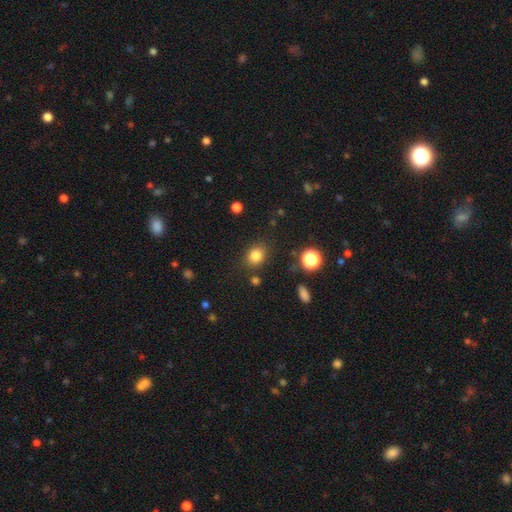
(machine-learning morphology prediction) A smooth galaxy with no disk features (82%) that is round (57%). Merging: none (82%).